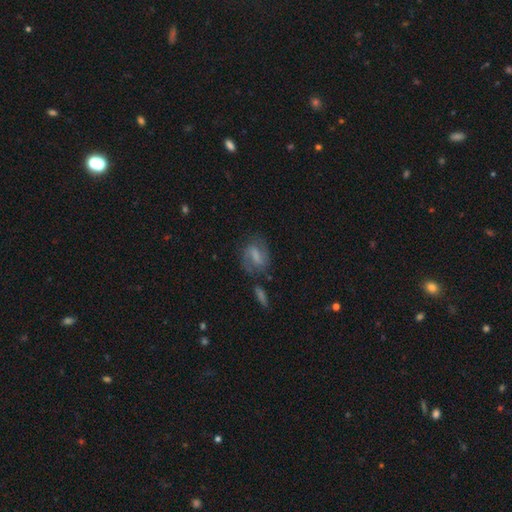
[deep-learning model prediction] This is possibly a featured or disk galaxy (55%). It is clearly not viewed edge-on (95%). Bar: marginally weak (42%). Spiral arm pattern: clearly yes (83%). Central bulge: marginally none (44%). Merging: likely none (64%).